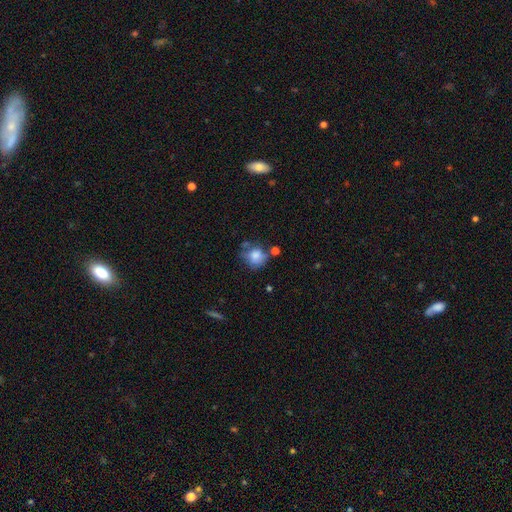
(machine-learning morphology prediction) This appears to be a smooth galaxy with no disk features (74%) that is round (74%). Merging: none (45%).